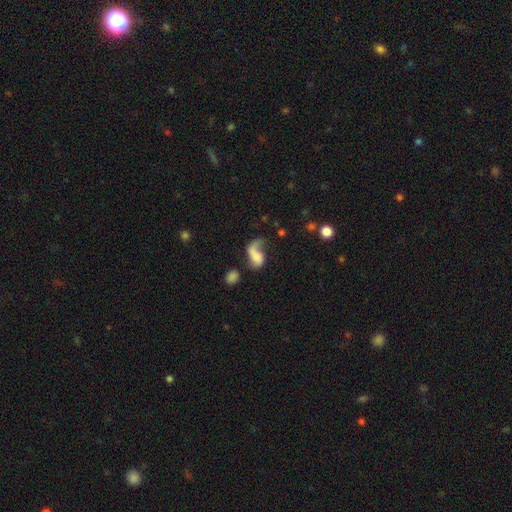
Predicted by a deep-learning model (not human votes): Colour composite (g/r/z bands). It shows a featured or disk galaxy (46%). Merging: major disturbance (41%).